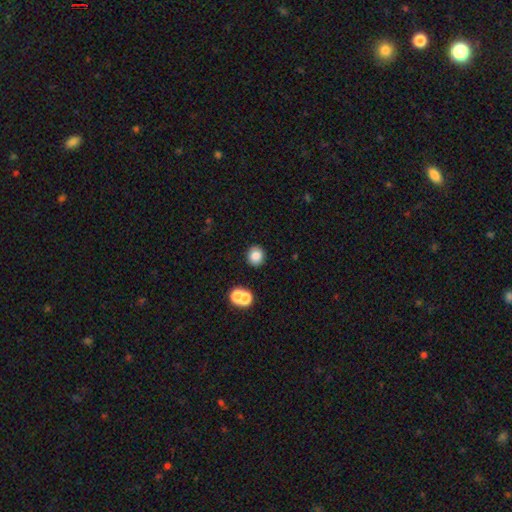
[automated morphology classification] smooth 83%, star or artifact 11%, featured or disk 7%. Down the decision tree: how rounded — round (82%); merging — none (86%).